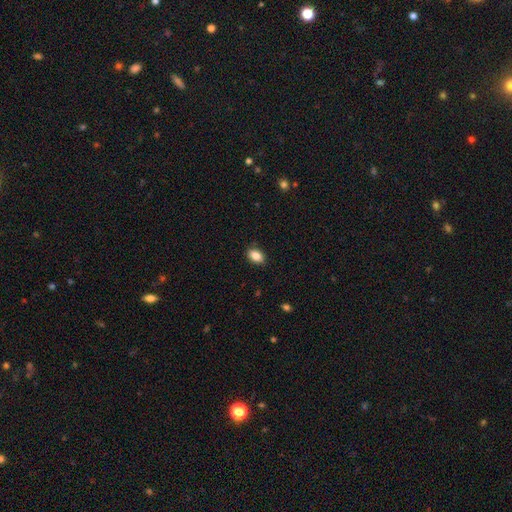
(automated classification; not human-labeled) The model was most divided on "how rounded": in between: 85%, round: 13%, cigar-shaped: 2%. More confident: smooth or featured — smooth (87%); merging — none (87%).